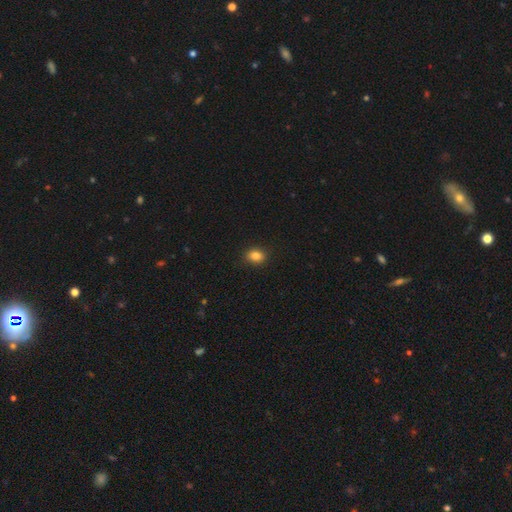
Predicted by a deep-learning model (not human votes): Overall: smooth (84%). How rounded: in between (60%; round 38%). Merging: none (88%).